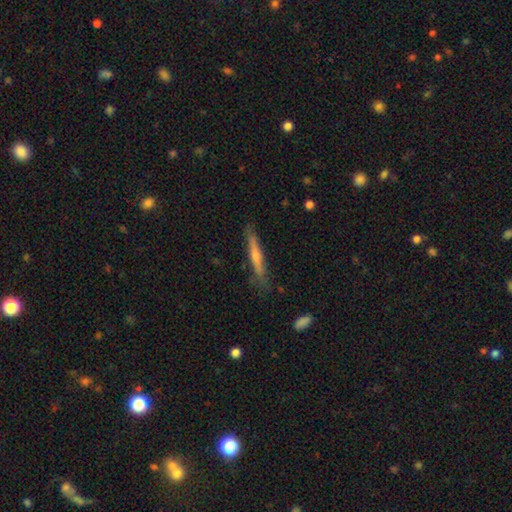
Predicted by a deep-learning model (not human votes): Morphology: type=featured or disk (59%); edge-on=yes (93%); edge-on bulge=rounded (72%); merging=none (84%).